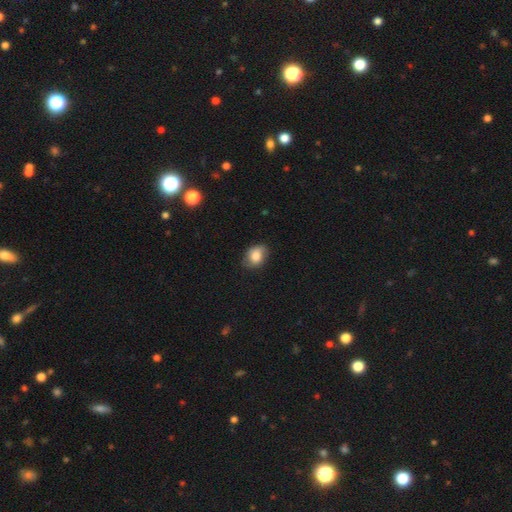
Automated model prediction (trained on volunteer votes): A smooth galaxy with no disk features (79%) that is in between round and cigar-shaped (67%). Merging: none (76%).